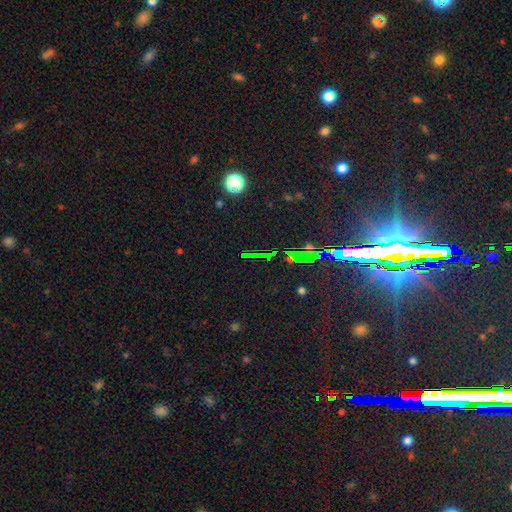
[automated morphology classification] This appears to be a star or artifact, not a galaxy (72%).